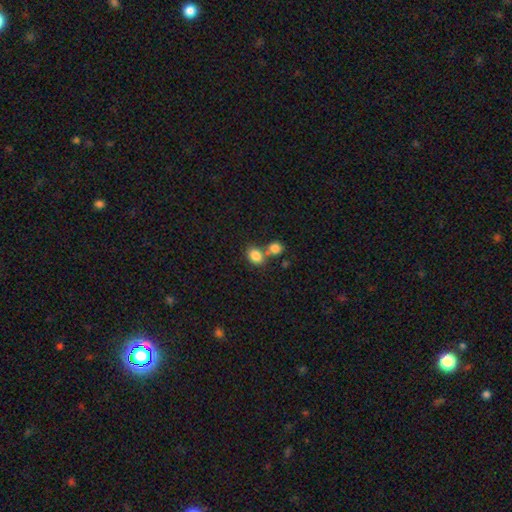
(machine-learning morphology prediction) Smooth or featured? smooth (84%)
How rounded? in between (55%)
Merging? none (47%)